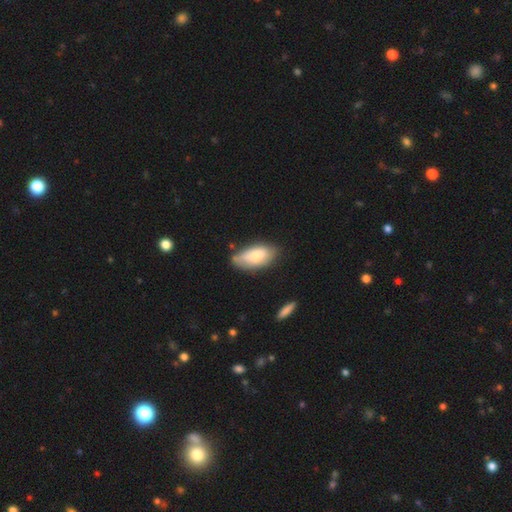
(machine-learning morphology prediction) This appears to be a smooth galaxy with no disk features (77%) that is in between round and cigar-shaped (91%). Merging: none (59%).